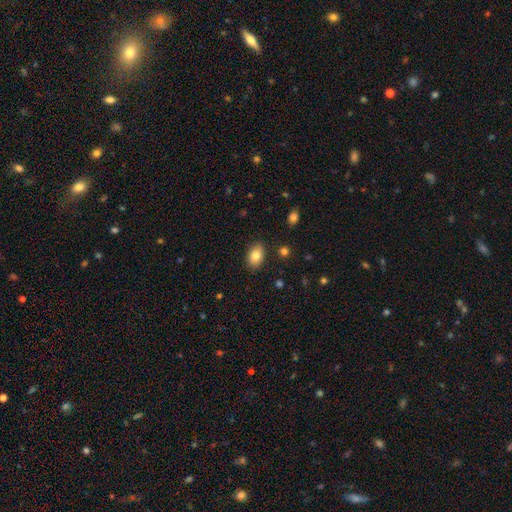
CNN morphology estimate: This appears to be a smooth galaxy with no disk features (82%) that is in between round and cigar-shaped (86%). Merging: none (87%).